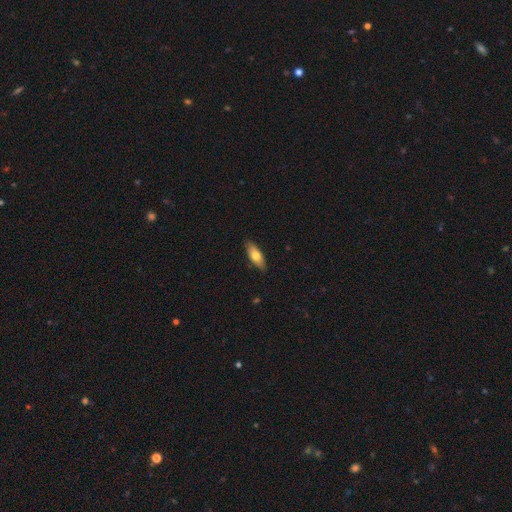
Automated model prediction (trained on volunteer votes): Overall: smooth (69%). How rounded: in between (67%; cigar-shaped 30%). Merging: none (88%).